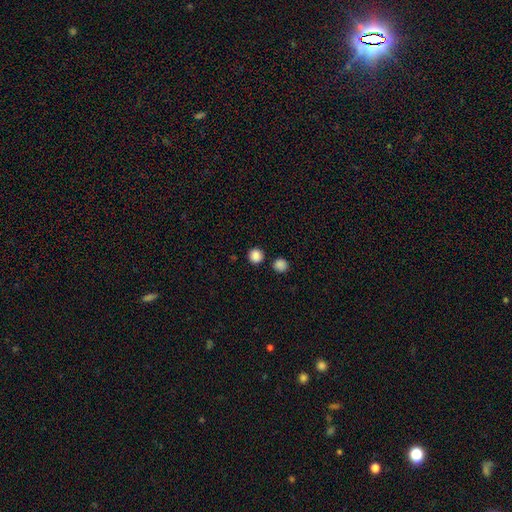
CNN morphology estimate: Smooth or featured? Predicted: smooth (p=0.86). How rounded? Predicted: round (p=0.93). Merging? Predicted: none (p=0.86).